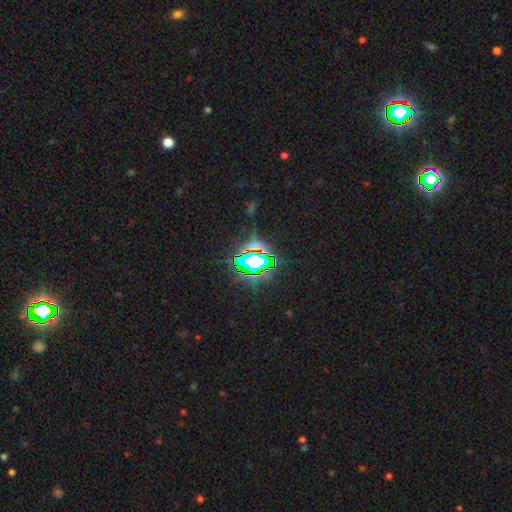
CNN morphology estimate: This is likely a star or artifact rather than a galaxy (76%).